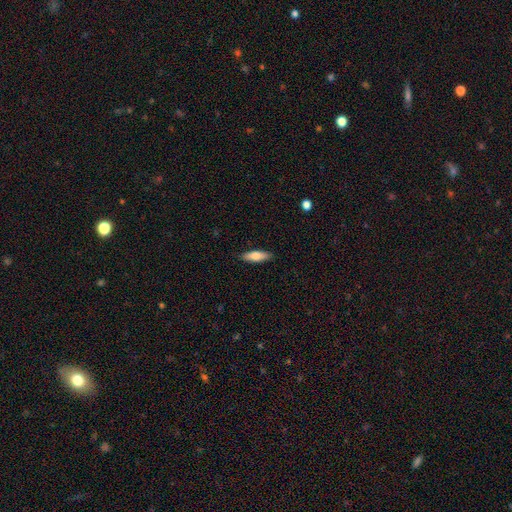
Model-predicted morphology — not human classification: This appears to be a smooth galaxy with no disk features (74%) that is cigar-shaped (50%). Merging: none (88%).